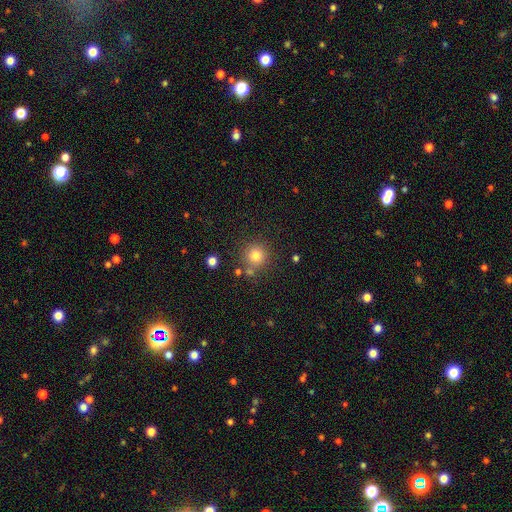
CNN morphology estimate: A smooth galaxy with no disk features (80%) that is round (94%). Merging: none (79%).